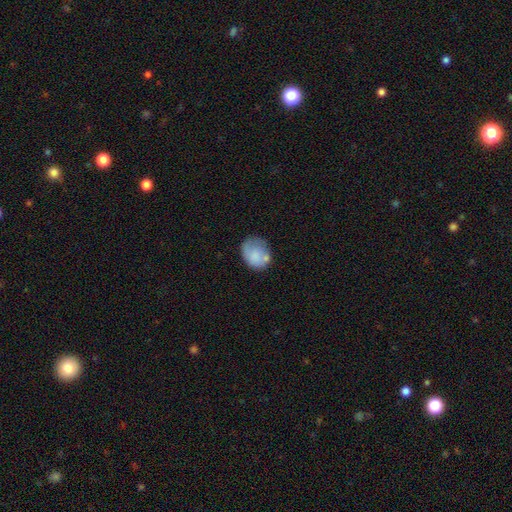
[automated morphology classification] Smooth or featured?
  - smooth: 71% *
  - featured or disk: 21%
  - star or artifact: 7%
How rounded?
  - round: 52% *
  - in between: 48%
  - cigar-shaped: 1%
Merging?
  - none: 50% *
  - minor disturbance: 27%
  - major disturbance: 13%
  - merger: 10%